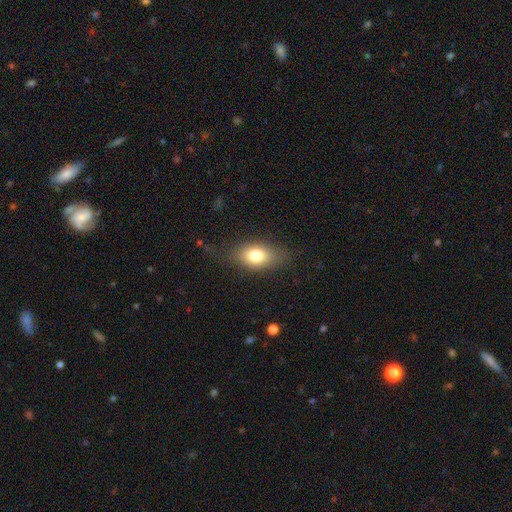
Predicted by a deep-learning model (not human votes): A smooth galaxy with no disk features (76%) that is in between round and cigar-shaped (79%). Merging: none (72%).